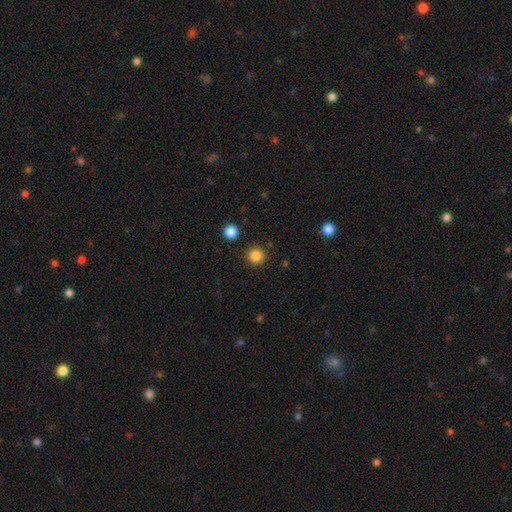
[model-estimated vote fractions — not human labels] Morphology: type=smooth (85%); roundness=round (94%); merging=none (91%).